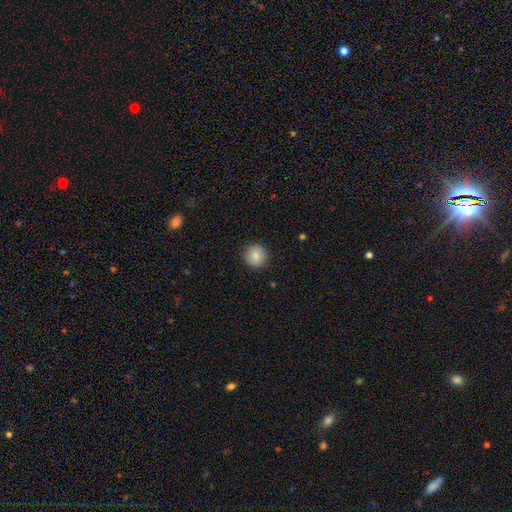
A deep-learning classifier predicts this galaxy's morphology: smooth_or_featured: smooth (p=0.85) [alt: star or artifact p=0.08]
how_rounded: round (p=0.94) [alt: in between p=0.05]
merging: none (p=0.91) [alt: minor disturbance p=0.06]